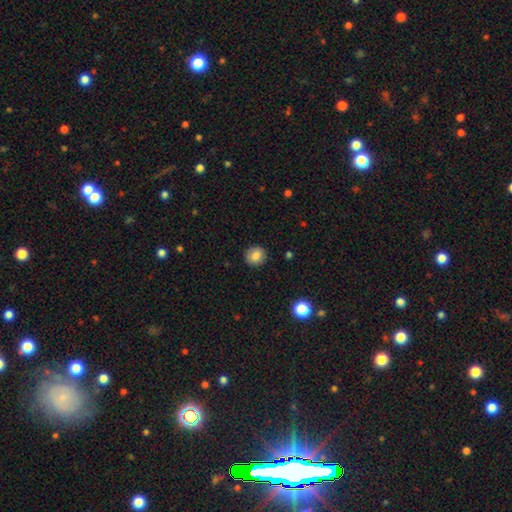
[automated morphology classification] A smooth galaxy with no disk features (83%) that is round (85%). Merging: none (89%).